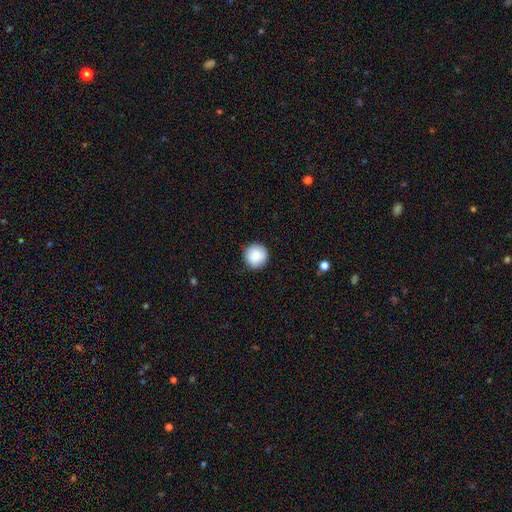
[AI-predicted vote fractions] smooth-or-featured: smooth: 88% | star or artifact: 7% | featured or disk: 5%
  how-rounded: round: 95% | in between: 4% | cigar-shaped: 1%
  merging: none: 89% | minor disturbance: 8% | major disturbance: 2% | merger: 1%